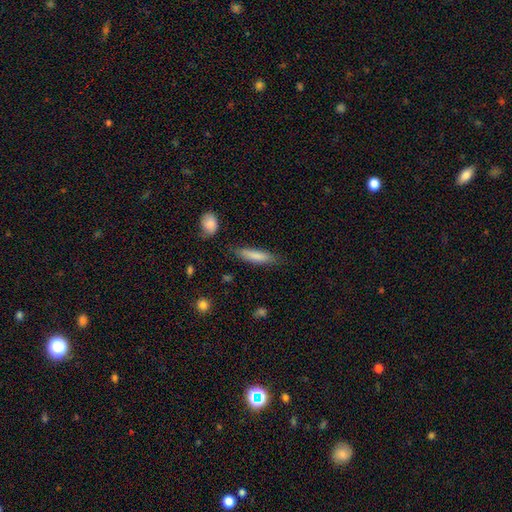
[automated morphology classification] Smooth or featured? smooth (81%)
How rounded? cigar-shaped (79%)
Merging? none (80%)